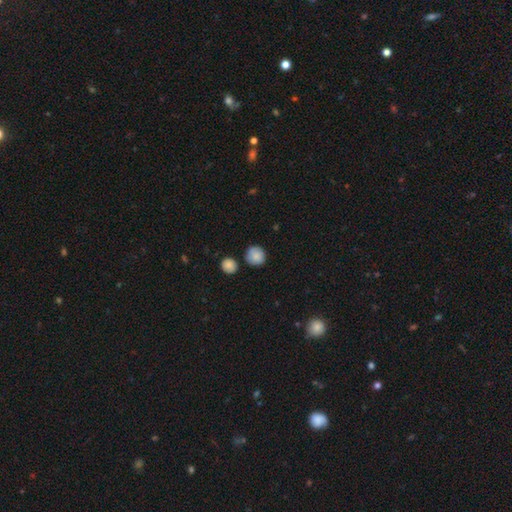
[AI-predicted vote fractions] smooth 86%, star or artifact 8%, featured or disk 6%. Down the decision tree: how rounded — round (87%); merging — none (76%).